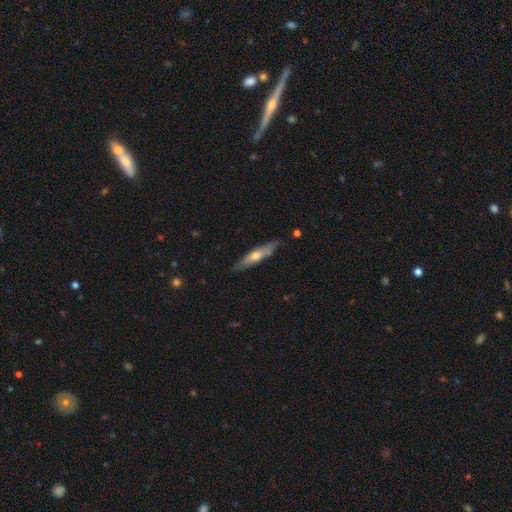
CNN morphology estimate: featured or disk 52%, smooth 42%, star or artifact 6%. Down the decision tree: edge-on disk — yes (81%); merging — none (82%).